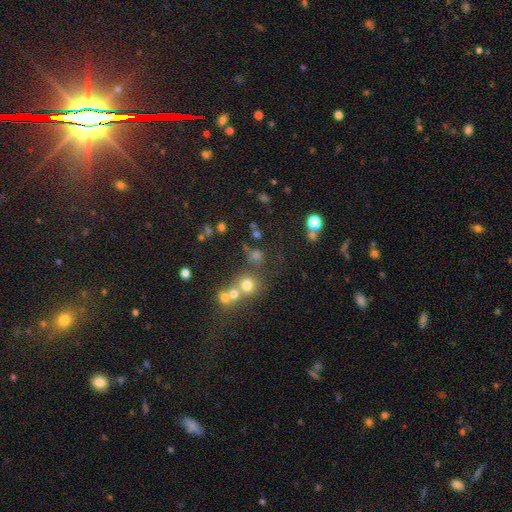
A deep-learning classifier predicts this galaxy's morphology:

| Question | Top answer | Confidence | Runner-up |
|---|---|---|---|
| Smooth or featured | smooth | 62% | star or artifact (27%) |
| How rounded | round | 85% | in between (13%) |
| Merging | none | 61% | merger (24%) |